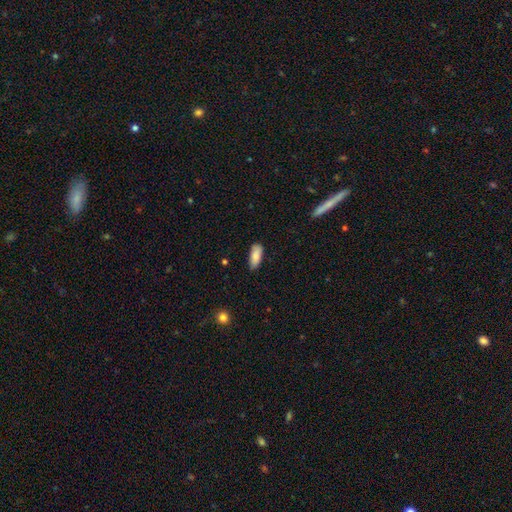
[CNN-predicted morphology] This is clearly a smooth galaxy (85%). How rounded: clearly in between (81%). Merging: likely none (76%).